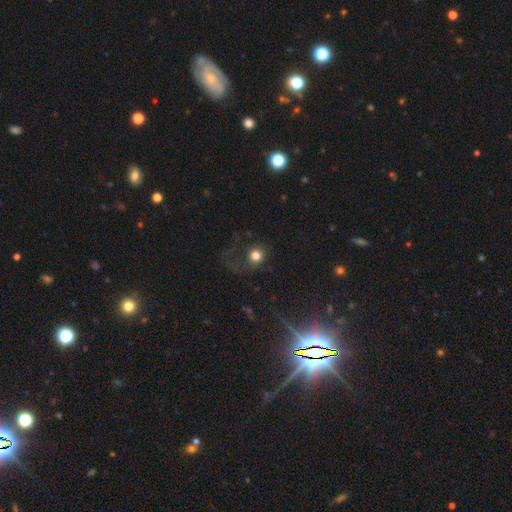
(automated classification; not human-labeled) smooth-or-featured: smooth: 74% | star or artifact: 15% | featured or disk: 11%
  how-rounded: round: 86% | in between: 13% | cigar-shaped: 1%
  merging: none: 57% | major disturbance: 26% | minor disturbance: 15% | merger: 3%